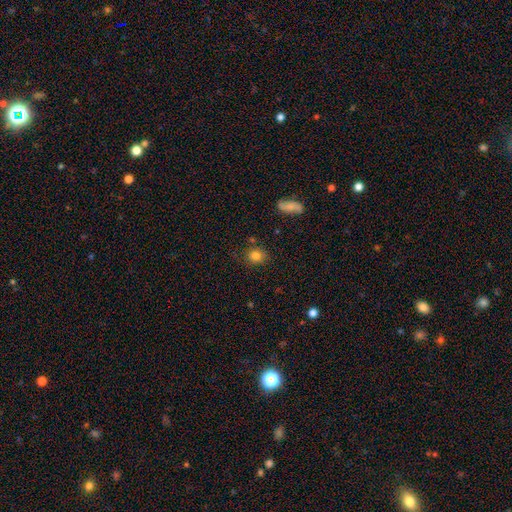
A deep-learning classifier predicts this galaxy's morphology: A smooth galaxy with no disk features (81%) that is round (75%).

Vote fractions:
- Smooth or featured? smooth: 81% / star or artifact: 11% / featured or disk: 8%
- How rounded? round: 75% / in between: 24% / cigar-shaped: 1%
- Merging? none: 80% / minor disturbance: 13% / merger: 4% / major disturbance: 4%